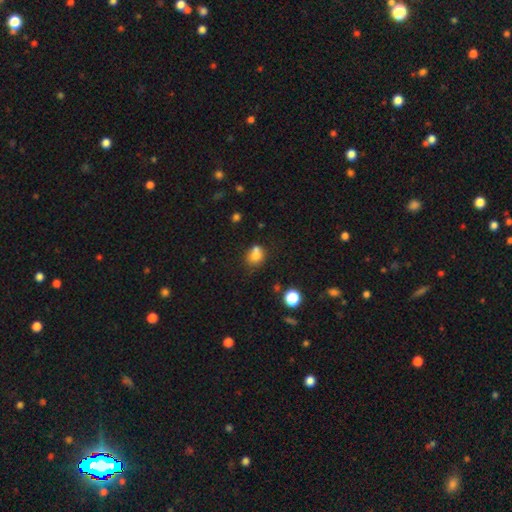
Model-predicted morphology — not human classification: This appears to be a smooth galaxy with no disk features (73%) that is round (63%). Merging: merger (41%).